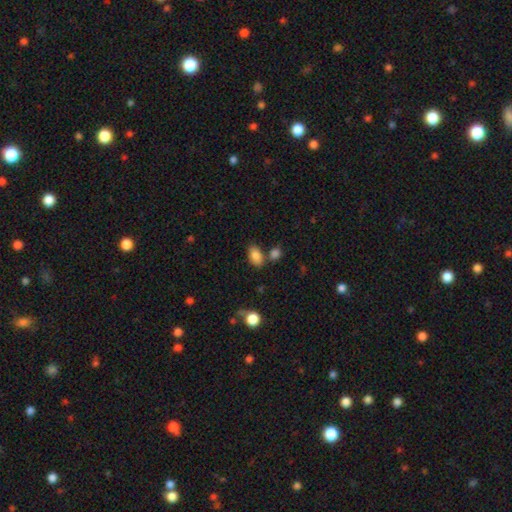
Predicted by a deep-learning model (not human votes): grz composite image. It shows a smooth galaxy with no disk features (85%) that is in between round and cigar-shaped (89%). Merging: none (65%).